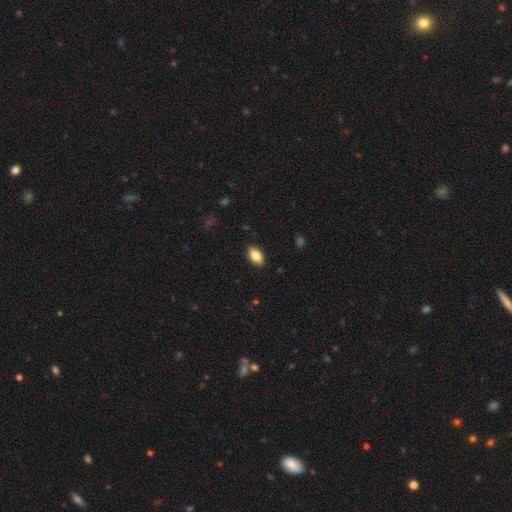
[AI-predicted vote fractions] smooth_or_featured: smooth (p=0.87) [alt: star or artifact p=0.07]
how_rounded: in between (p=0.93) [alt: round p=0.05]
merging: none (p=0.89) [alt: minor disturbance p=0.08]